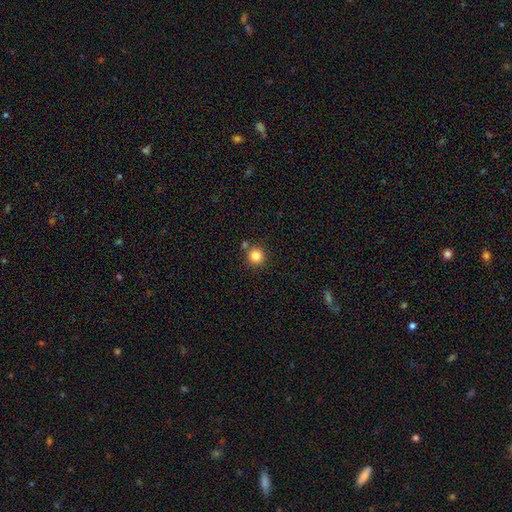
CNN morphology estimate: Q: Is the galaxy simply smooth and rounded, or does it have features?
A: smooth — 84%.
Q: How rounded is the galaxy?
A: round — 95%.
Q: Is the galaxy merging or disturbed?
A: none — 80%.